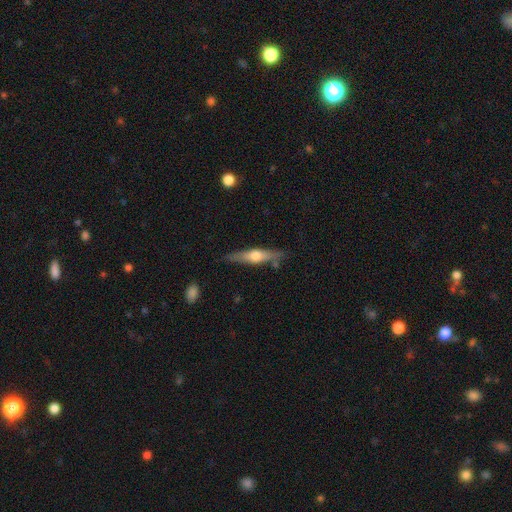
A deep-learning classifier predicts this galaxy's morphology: Smooth or featured? Predicted: featured or disk (p=0.55). Edge-on disk? Predicted: yes (p=0.93). Edge-on bulge? Predicted: rounded (p=0.90). Merging? Predicted: none (p=0.81).